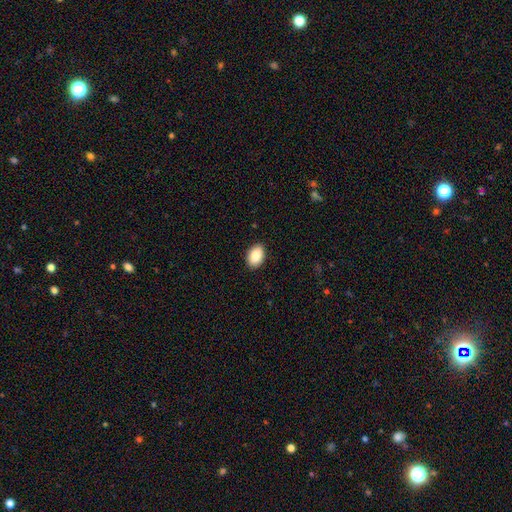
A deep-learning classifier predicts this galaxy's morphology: type=smooth (89%); roundness=in between (89%); merging=none (90%).